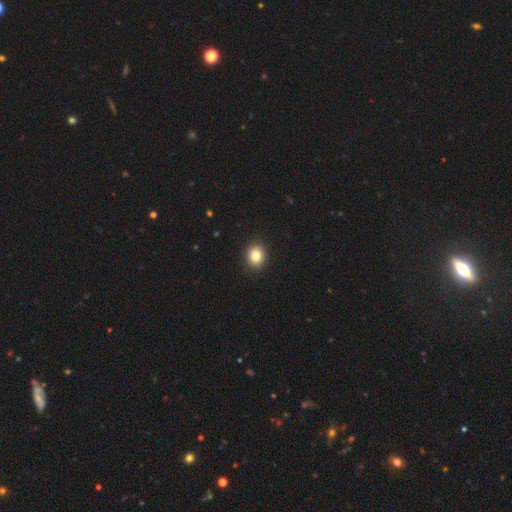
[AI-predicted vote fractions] Morphology: type=smooth (83%); roundness=round (63%); merging=none (92%).